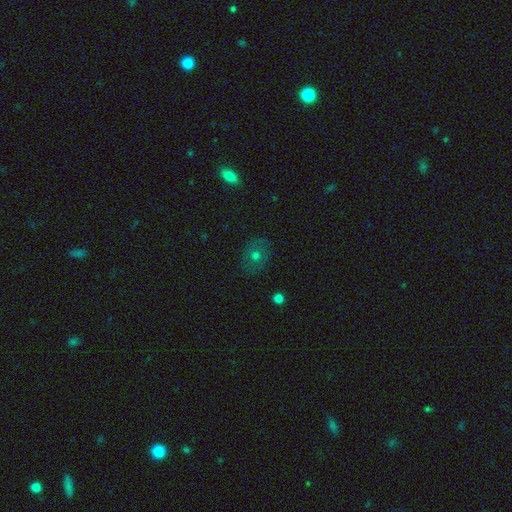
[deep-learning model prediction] Smooth or featured?
  - smooth: 59% *
  - featured or disk: 26%
  - star or artifact: 15%
How rounded?
  - round: 62% *
  - in between: 37%
  - cigar-shaped: 1%
Merging?
  - none: 81% *
  - minor disturbance: 13%
  - major disturbance: 4%
  - merger: 1%